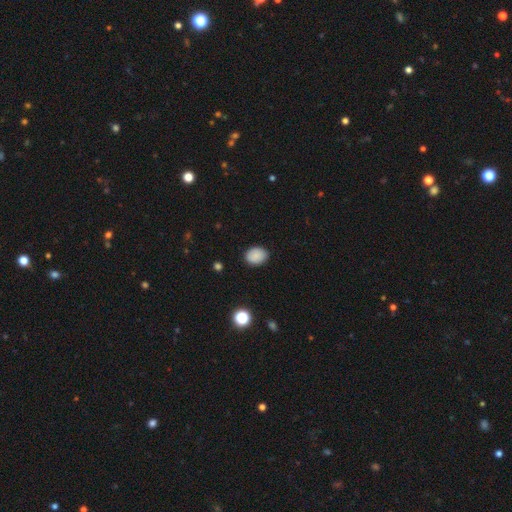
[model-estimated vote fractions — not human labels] Smooth or featured? smooth (87%)
How rounded? in between (56%)
Merging? none (86%)